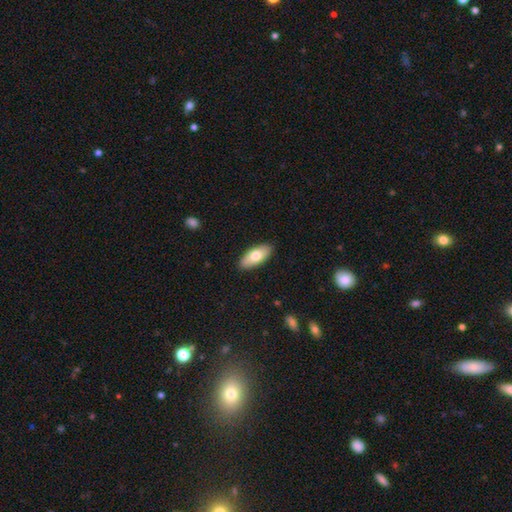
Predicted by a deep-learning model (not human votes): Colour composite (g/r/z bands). It shows a smooth galaxy with no disk features (74%) that is in between round and cigar-shaped (85%). Merging: none (89%).